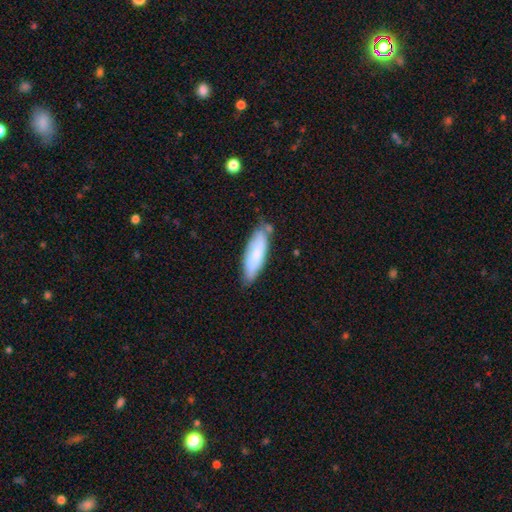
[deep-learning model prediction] This is likely a smooth galaxy (68%). How rounded: possibly in between (51%). Merging: likely none (66%).